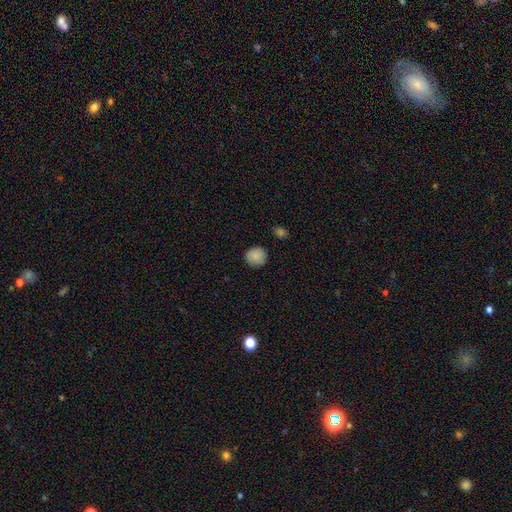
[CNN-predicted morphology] A smooth galaxy with no disk features (88%) that is round (92%). Merging: none (90%).